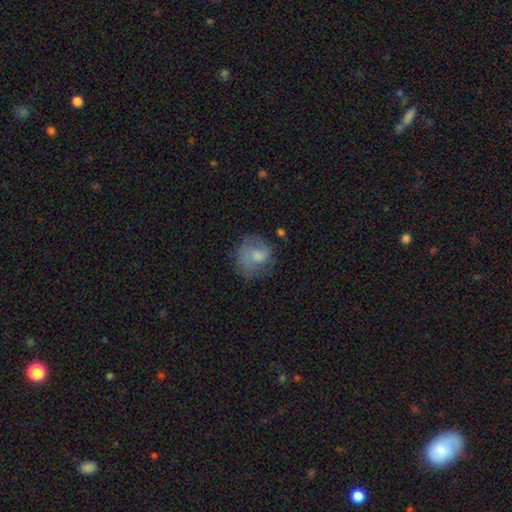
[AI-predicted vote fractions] Smooth or featured? smooth (60%)
How rounded? round (73%)
Merging? none (52%)